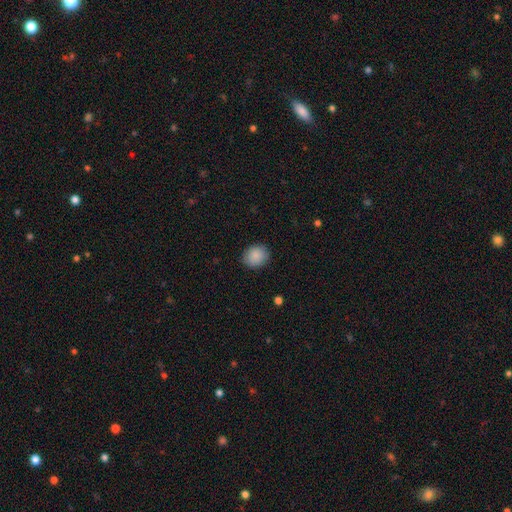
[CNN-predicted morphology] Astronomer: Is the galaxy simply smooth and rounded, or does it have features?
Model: smooth — 88%.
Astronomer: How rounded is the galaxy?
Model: round — 67%.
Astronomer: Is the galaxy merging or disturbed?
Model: none — 87%.